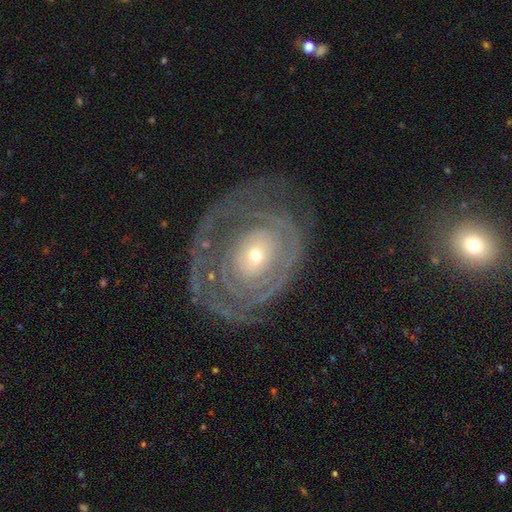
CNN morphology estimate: Smooth or featured?
  - featured or disk: 81% *
  - smooth: 13%
  - star or artifact: 6%
Edge-on disk?
  - no: 96% *
  - yes: 4%
Bar?
  - no: 81% *
  - weak: 14%
  - strong: 5%
Spiral arms?
  - yes: 76% *
  - no: 24%
Spiral winding?
  - tight: 74% *
  - medium: 17%
  - loose: 9%
Spiral arm count?
  - can't tell: 43% *
  - 2: 21%
  - 1: 14%
  - 3: 10%
  - 4: 6%
  - more than 4: 6%
Bulge size?
  - small: 63% *
  - moderate: 32%
  - large: 3%
  - dominant: 1%
  - none: 1%
Merging?
  - none: 54% *
  - major disturbance: 25%
  - minor disturbance: 19%
  - merger: 2%